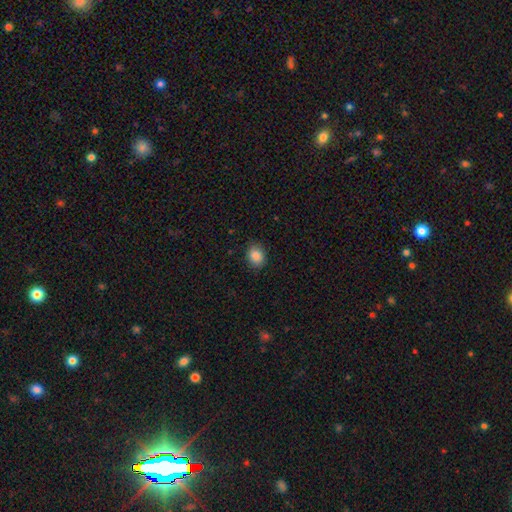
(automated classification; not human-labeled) This appears to be a smooth galaxy with no disk features (87%) that is in between round and cigar-shaped (52%). Merging: none (86%).